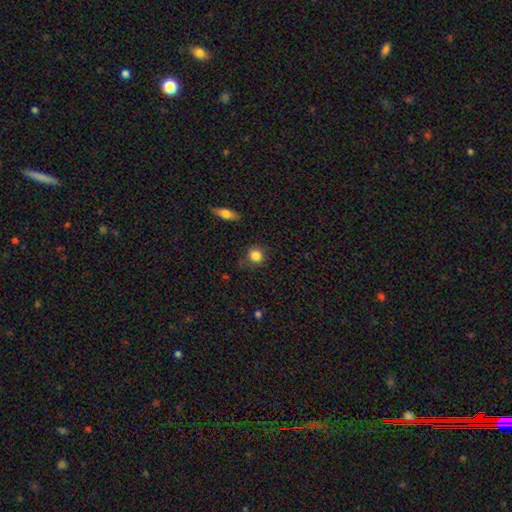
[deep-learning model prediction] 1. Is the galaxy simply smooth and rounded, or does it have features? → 85% smooth, 9% star or artifact, 6% featured or disk.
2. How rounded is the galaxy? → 87% round, 12% in between, 1% cigar-shaped.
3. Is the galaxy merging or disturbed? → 80% none, 15% minor disturbance, 4% major disturbance, 2% merger.